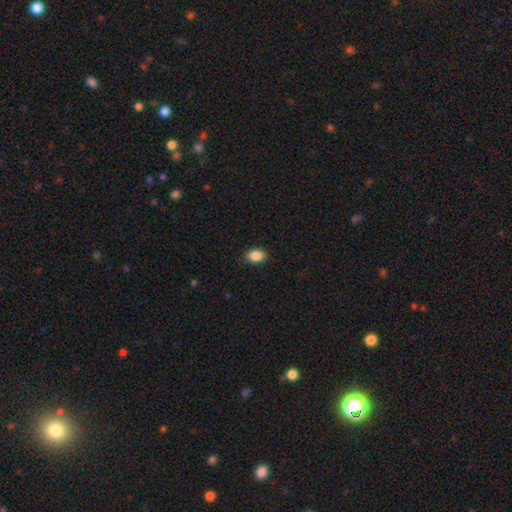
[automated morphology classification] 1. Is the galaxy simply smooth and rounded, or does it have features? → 89% smooth, 8% star or artifact, 3% featured or disk.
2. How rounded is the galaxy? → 83% in between, 16% round, 1% cigar-shaped.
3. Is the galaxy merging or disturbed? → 88% none, 9% minor disturbance, 2% major disturbance, 1% merger.